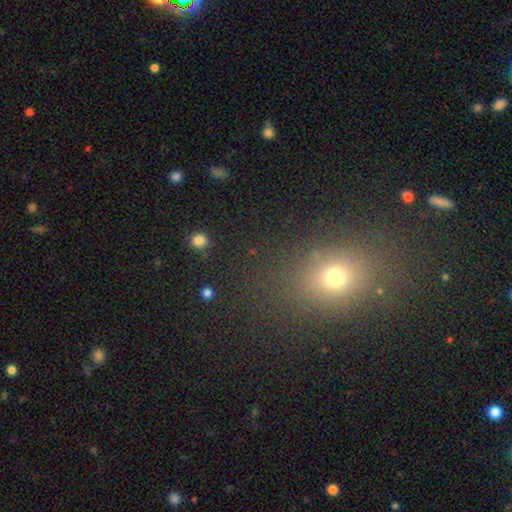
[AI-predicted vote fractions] Smooth or featured?
  - smooth: 60% *
  - star or artifact: 31%
  - featured or disk: 10%
How rounded?
  - in between: 52% *
  - round: 46%
  - cigar-shaped: 3%
Merging?
  - none: 86% *
  - minor disturbance: 8%
  - major disturbance: 4%
  - merger: 2%